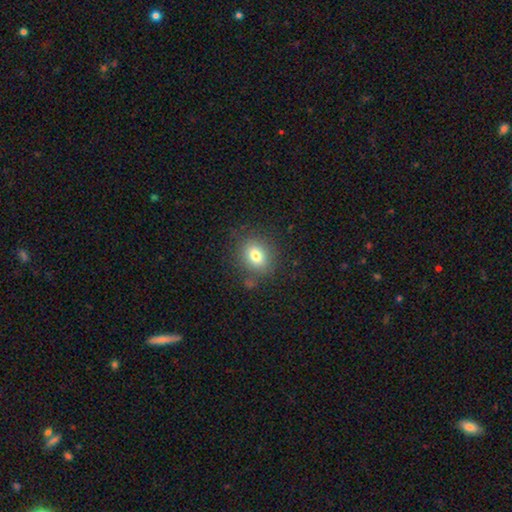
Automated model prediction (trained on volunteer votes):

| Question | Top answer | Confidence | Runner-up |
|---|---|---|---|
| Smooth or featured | smooth | 76% | star or artifact (12%) |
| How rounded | round | 59% | in between (39%) |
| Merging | none | 81% | minor disturbance (12%) |